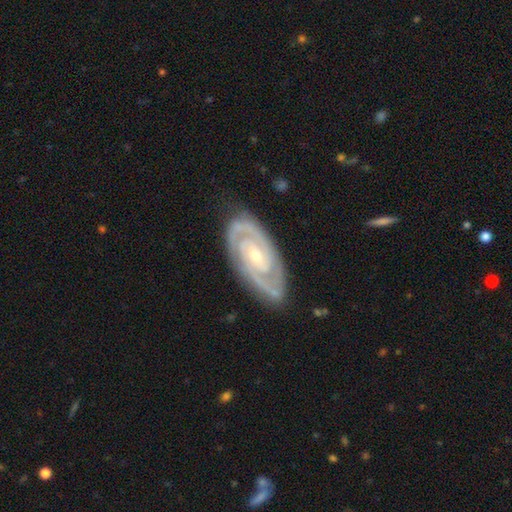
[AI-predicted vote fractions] A featured or disk galaxy (91%) with no bar (47%), 2 (81%) tight (70%) spiral arms (98%) and a small central bulge (64%).

Vote fractions:
- Smooth or featured? featured or disk: 91% / smooth: 5% / star or artifact: 4%
- Edge-on disk? no: 96% / yes: 4%
- Bar? no: 47% / weak: 37% / strong: 16%
- Spiral arms? yes: 98% / no: 2%
- Spiral winding? tight: 70% / medium: 26% / loose: 3%
- Spiral arm count? 2: 81% / 3: 8% / can't tell: 5% / 4: 2% / 1: 2% / more than 4: 2%
- Bulge size? small: 64% / moderate: 32% / none: 2% / large: 1% / dominant: 1%
- Merging? none: 81% / minor disturbance: 14% / major disturbance: 3% / merger: 1%